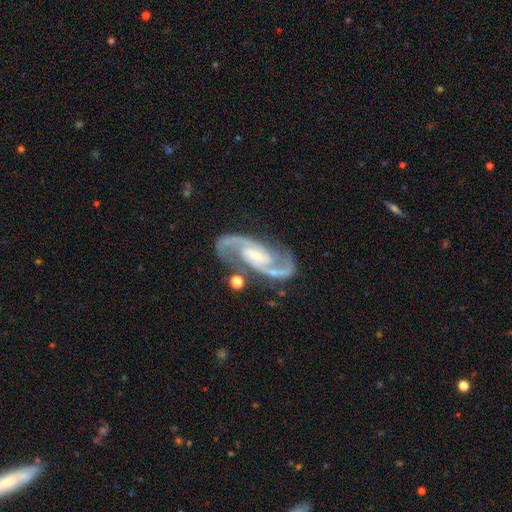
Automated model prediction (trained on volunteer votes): smooth-or-featured: featured or disk: 93% | star or artifact: 4% | smooth: 3%
  disk-edge-on: no: 97% | yes: 3%
    bar: weak: 43% | no: 32% | strong: 24%
    has-spiral-arms: yes: 99% | no: 1%
      spiral-winding: medium: 64% | tight: 20% | loose: 16%
      spiral-arm-count: 2: 94% | 3: 1% | can't tell: 1% | 1: 1% | 4: 1% | more than 4: 1%
    bulge-size: small: 51% | moderate: 29% | none: 14% | large: 4% | dominant: 1%
  merging: none: 80% | minor disturbance: 12% | major disturbance: 4% | merger: 3%